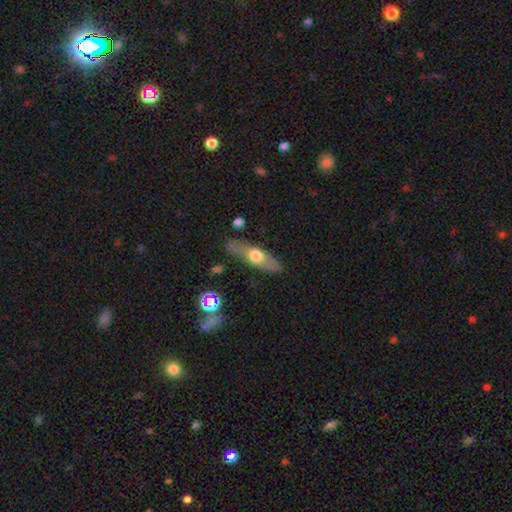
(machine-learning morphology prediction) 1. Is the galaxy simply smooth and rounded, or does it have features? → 48% featured or disk, 46% smooth, 6% star or artifact.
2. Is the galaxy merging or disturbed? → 83% none, 12% minor disturbance, 3% major disturbance, 2% merger.